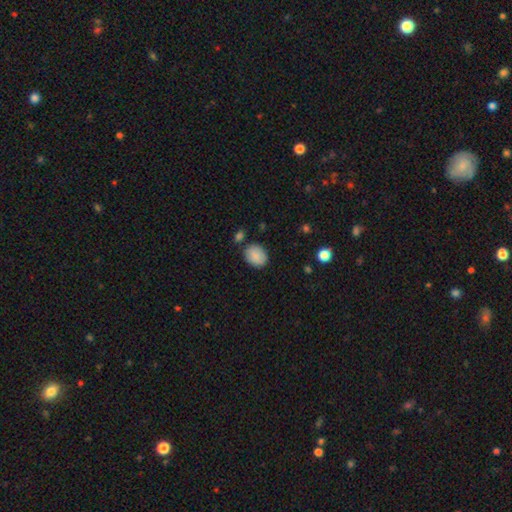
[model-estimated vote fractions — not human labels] Smooth or featured?
  - smooth: 87% *
  - star or artifact: 7%
  - featured or disk: 6%
How rounded?
  - in between: 52% *
  - round: 47%
  - cigar-shaped: 1%
Merging?
  - none: 76% *
  - minor disturbance: 15%
  - merger: 5%
  - major disturbance: 3%